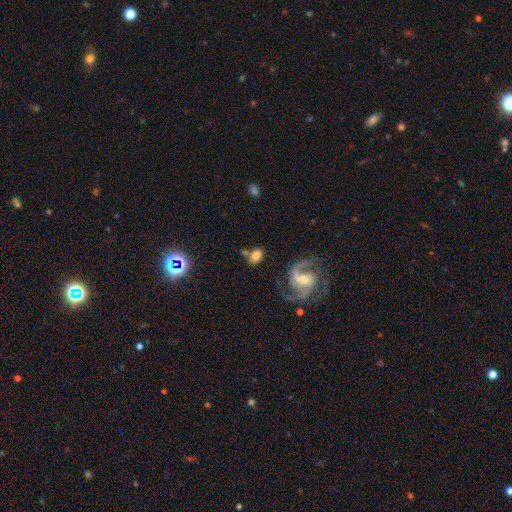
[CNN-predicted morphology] A smooth galaxy with no disk features (63%) that is in between round and cigar-shaped (64%).

Vote fractions:
- Smooth or featured? smooth: 63% / featured or disk: 26% / star or artifact: 11%
- How rounded? in between: 64% / round: 34% / cigar-shaped: 2%
- Merging? none: 59% / minor disturbance: 16% / merger: 16% / major disturbance: 9%